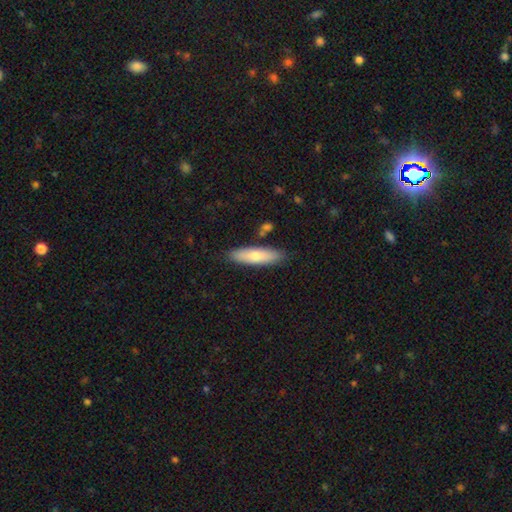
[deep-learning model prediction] Smooth or featured? Predicted: smooth (p=0.73). How rounded? Predicted: cigar-shaped (p=0.65). Merging? Predicted: none (p=0.85).